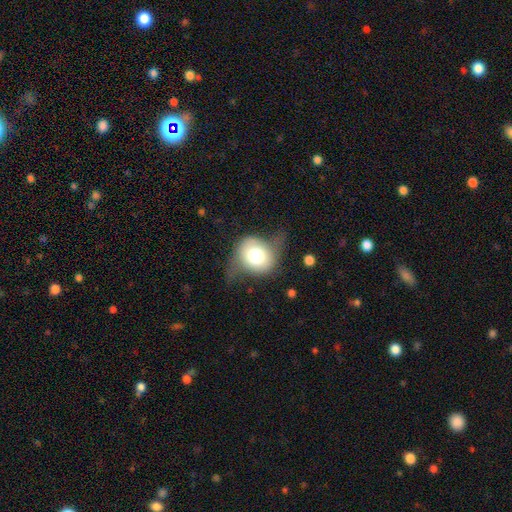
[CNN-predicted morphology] This appears to be a smooth galaxy with no disk features (57%) that is round (70%). Merging: none (40%).